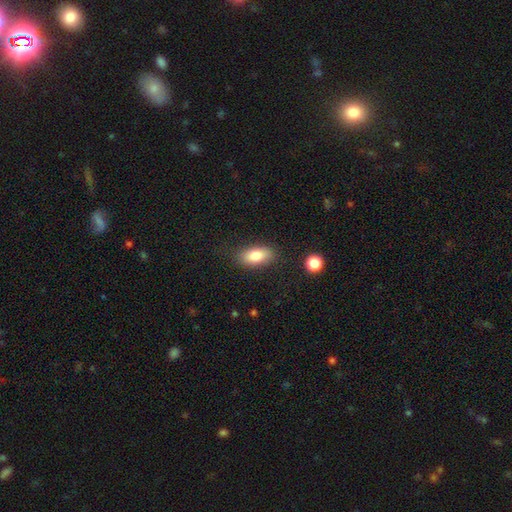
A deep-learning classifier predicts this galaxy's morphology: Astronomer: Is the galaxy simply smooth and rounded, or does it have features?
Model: smooth — 82%.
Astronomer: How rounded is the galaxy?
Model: in between — 87%.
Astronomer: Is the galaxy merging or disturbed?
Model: none — 82%.